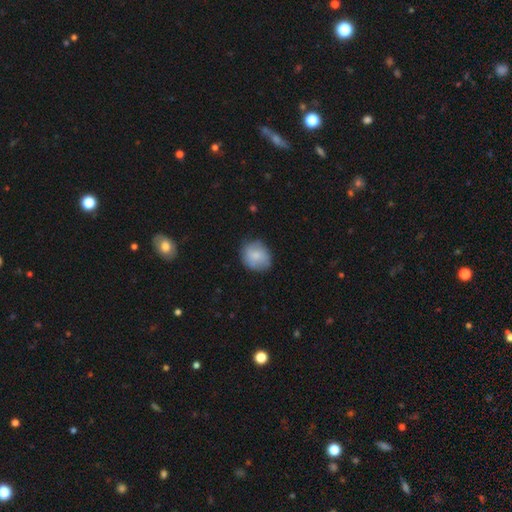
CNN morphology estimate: This is likely a smooth galaxy (74%). How rounded: likely round (70%). Merging: likely none (76%).